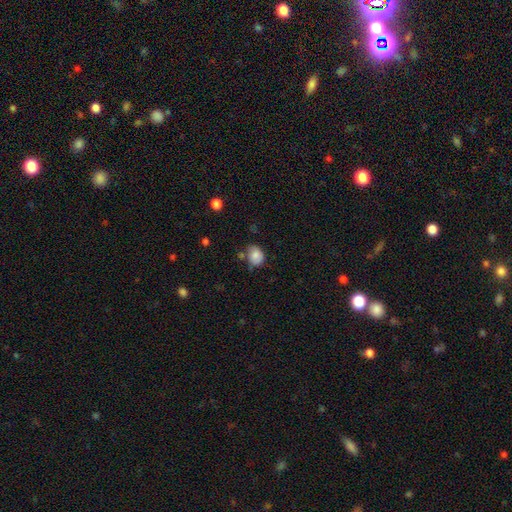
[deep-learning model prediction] This appears to be a smooth galaxy with no disk features (80%) that is round (51%). Merging: none (55%).